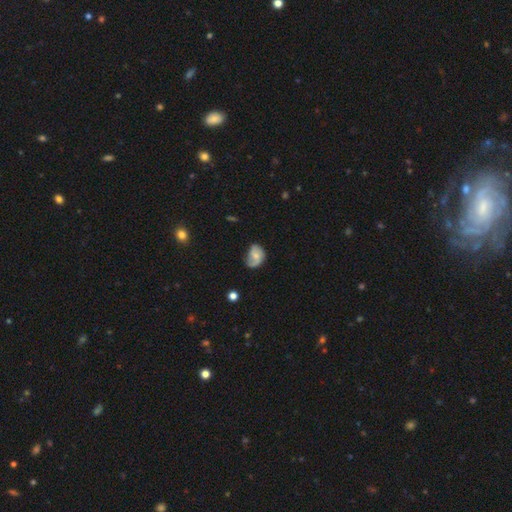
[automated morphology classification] Smooth or featured? Predicted: featured or disk (p=0.55). Edge-on disk? Predicted: no (p=0.97). Bar? Predicted: no (p=0.61). Spiral arms? Predicted: yes (p=0.85). Bulge size? Predicted: small (p=0.52). Merging? Predicted: none (p=0.46).